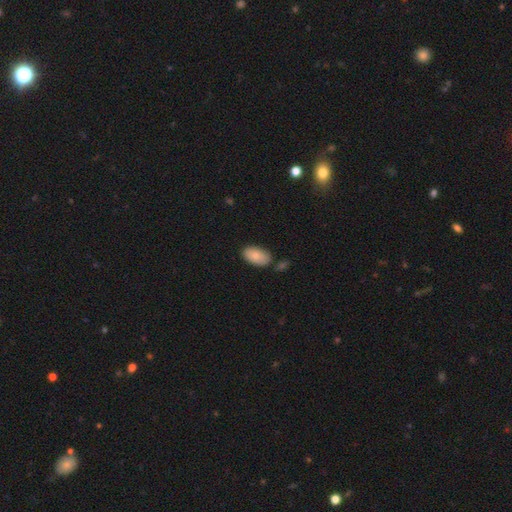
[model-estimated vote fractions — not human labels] smooth_or_featured: smooth (p=0.80) [alt: featured or disk p=0.14]
how_rounded: in between (p=0.94) [alt: round p=0.05]
merging: none (p=0.76) [alt: minor disturbance p=0.15]